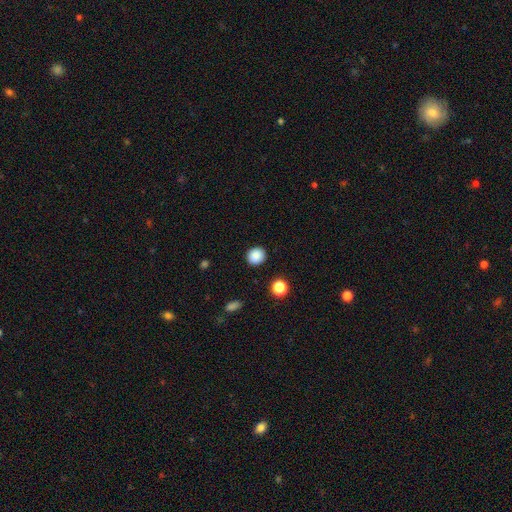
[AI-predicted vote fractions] A smooth galaxy with no disk features (88%) that is round (86%). Merging: none (91%).